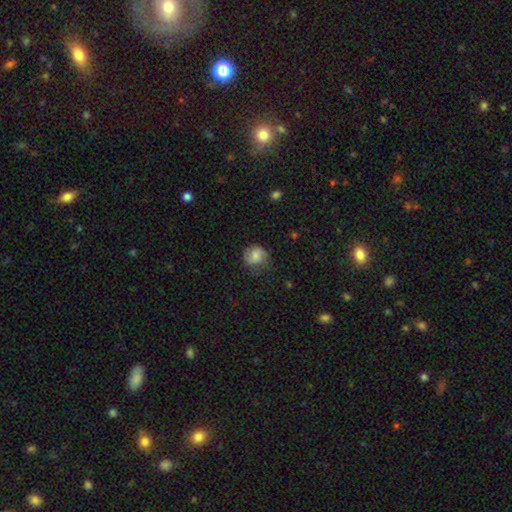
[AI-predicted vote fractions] This appears to be a smooth galaxy with no disk features (77%) that is round (82%). Merging: none (68%).